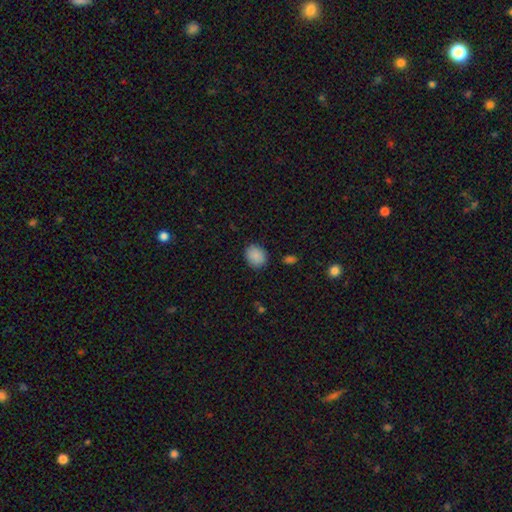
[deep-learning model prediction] Overall: smooth (88%). How rounded: round (55%; in between 44%). Merging: none (85%).